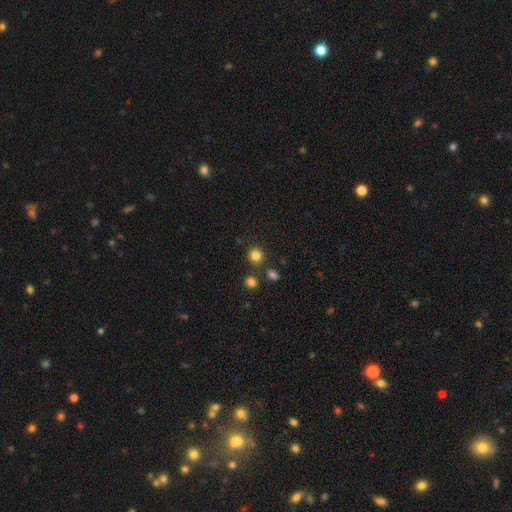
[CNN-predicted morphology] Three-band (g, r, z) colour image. It shows a smooth galaxy with no disk features (83%) that is round (92%). Merging: none (82%).